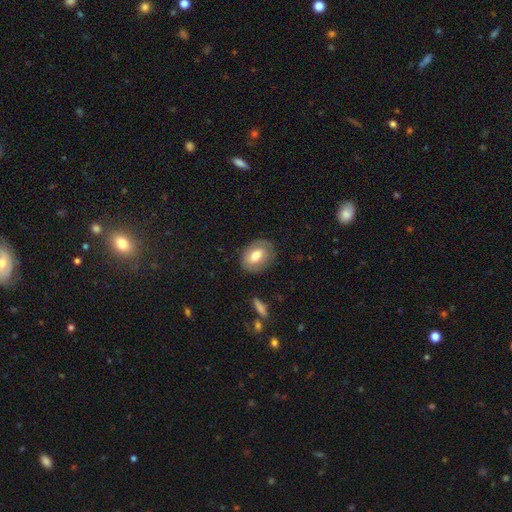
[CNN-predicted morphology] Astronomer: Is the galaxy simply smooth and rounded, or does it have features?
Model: smooth — 66%.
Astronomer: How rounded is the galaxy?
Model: in between — 74%.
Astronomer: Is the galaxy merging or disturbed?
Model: none — 80%.